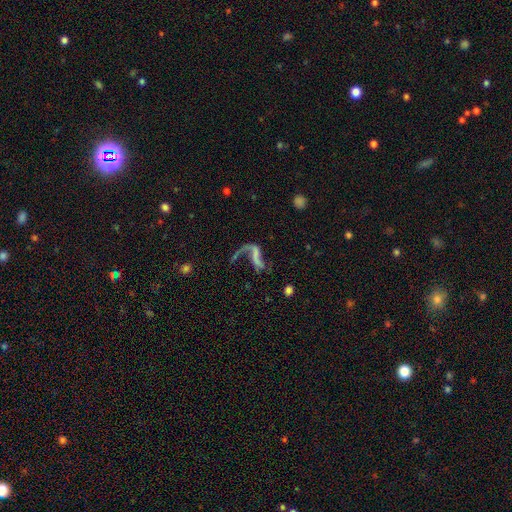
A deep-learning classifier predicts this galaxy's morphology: Smooth or featured?
  - featured or disk: 69% *
  - smooth: 20%
  - star or artifact: 12%
Edge-on disk?
  - no: 94% *
  - yes: 6%
Bar?
  - no: 43% *
  - strong: 31%
  - weak: 26%
Spiral arms?
  - yes: 76% *
  - no: 24%
Bulge size?
  - none: 72% *
  - small: 17%
  - moderate: 7%
  - large: 3%
  - dominant: 2%
Merging?
  - major disturbance: 42% *
  - none: 33%
  - minor disturbance: 15%
  - merger: 11%